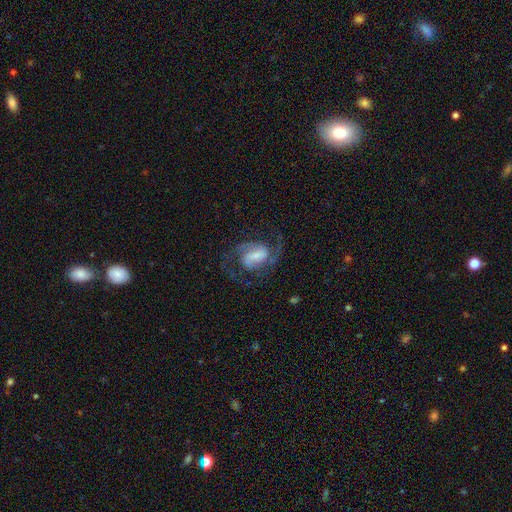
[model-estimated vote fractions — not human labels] smooth_or_featured: featured or disk (p=0.85) [alt: smooth p=0.09]
disk_edge_on: no (p=0.98) [alt: yes p=0.02]
bar: weak (p=0.48) [alt: strong p=0.31]
has_spiral_arms: yes (p=0.97) [alt: no p=0.03]
spiral_winding: medium (p=0.57) [alt: loose p=0.26]
spiral_arm_count: 2 (p=0.83) [alt: 3 p=0.07]
bulge_size: small (p=0.34) [alt: moderate p=0.25]
merging: none (p=0.66) [alt: major disturbance p=0.18]